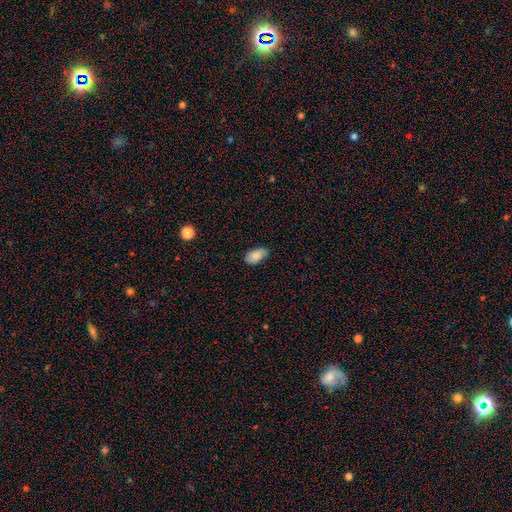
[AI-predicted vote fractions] A smooth galaxy with no disk features (85%) that is in between round and cigar-shaped (94%).

Vote fractions:
- Smooth or featured? smooth: 85% / star or artifact: 7% / featured or disk: 7%
- How rounded? in between: 94% / round: 4% / cigar-shaped: 2%
- Merging? none: 74% / minor disturbance: 22% / major disturbance: 3% / merger: 1%